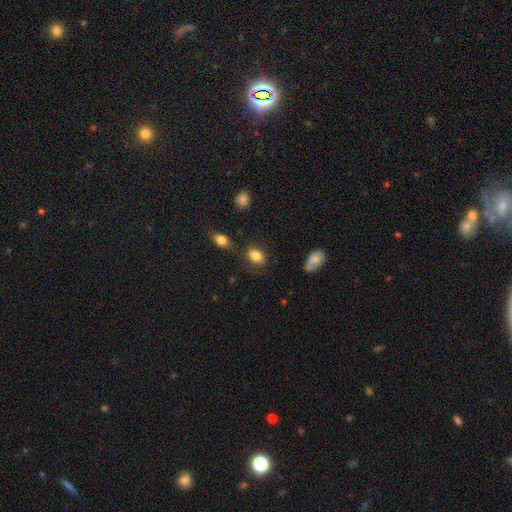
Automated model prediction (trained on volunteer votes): Smooth or featured: smooth — 84% (star or artifact — 9%)
How rounded: in between — 79% (round — 19%)
Merging: none — 75% (minor disturbance — 16%)